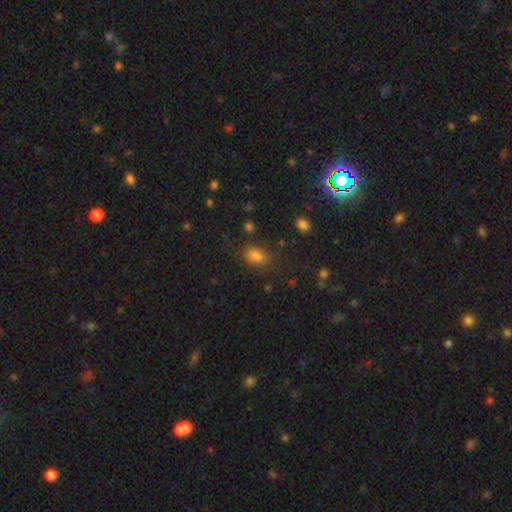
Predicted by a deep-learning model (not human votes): Overall: smooth (76%). How rounded: in between (78%). Merging: none (72%).